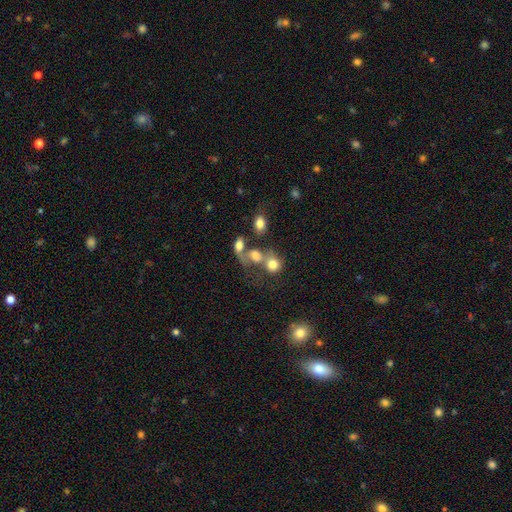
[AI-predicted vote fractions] smooth 68%, featured or disk 19%, star or artifact 13%. Down the decision tree: how rounded — round (52%); merging — merger (47%).